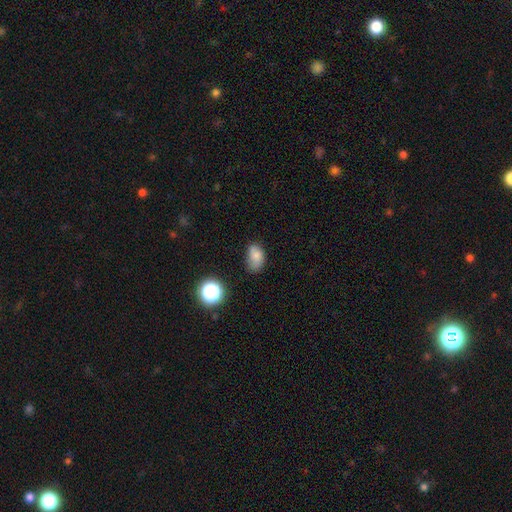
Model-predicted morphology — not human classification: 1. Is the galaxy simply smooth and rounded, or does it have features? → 79% smooth, 12% star or artifact, 9% featured or disk.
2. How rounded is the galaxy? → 84% in between, 14% round, 1% cigar-shaped.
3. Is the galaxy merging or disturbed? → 51% none, 35% minor disturbance, 11% major disturbance, 3% merger.